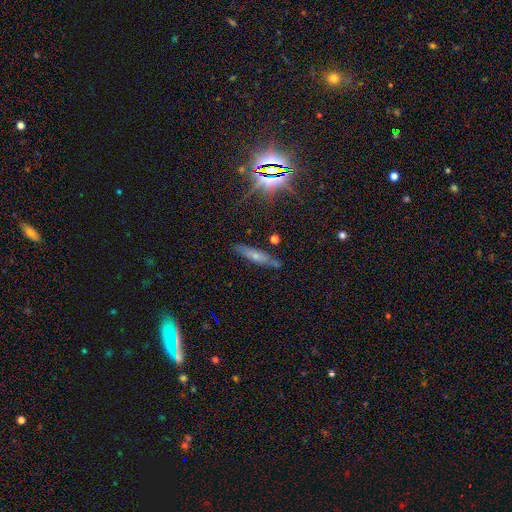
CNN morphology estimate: smooth-or-featured: smooth: 51% | featured or disk: 36% | star or artifact: 13%
  how-rounded: cigar-shaped: 81% | in between: 17% | round: 2%
  merging: none: 79% | minor disturbance: 14% | merger: 4% | major disturbance: 3%